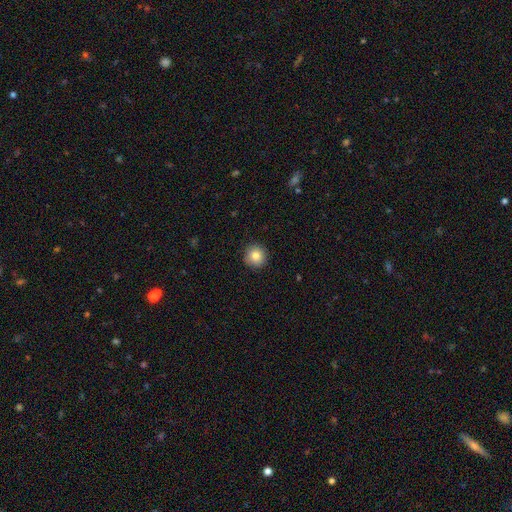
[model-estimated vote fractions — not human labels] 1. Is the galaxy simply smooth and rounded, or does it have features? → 82% smooth, 9% star or artifact, 9% featured or disk.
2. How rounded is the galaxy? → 95% round, 4% in between, 1% cigar-shaped.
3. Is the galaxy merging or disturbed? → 91% none, 6% minor disturbance, 2% major disturbance, 1% merger.